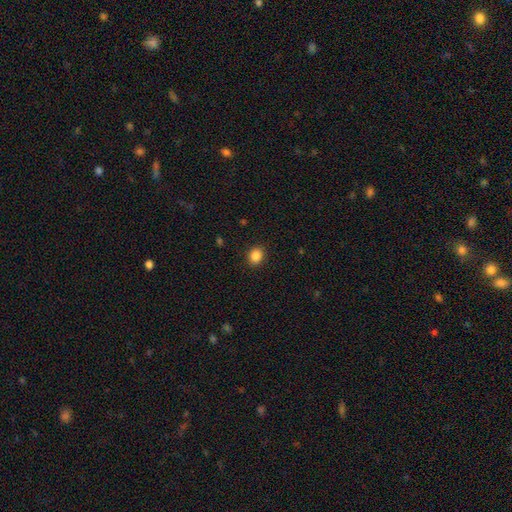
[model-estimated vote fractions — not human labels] Smooth or featured? Predicted: smooth (p=0.87). How rounded? Predicted: round (p=0.54). Merging? Predicted: none (p=0.90).